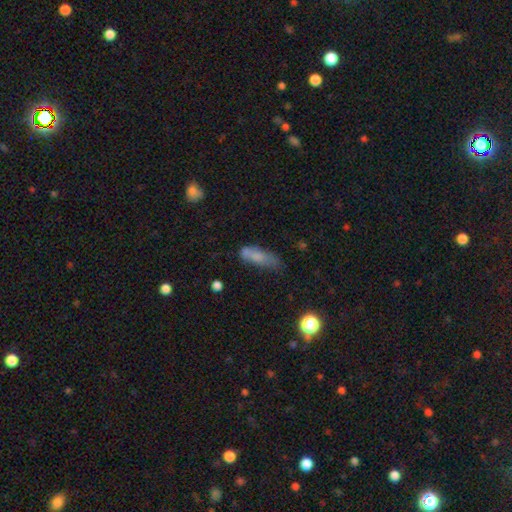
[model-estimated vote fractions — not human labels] Smooth or featured? Predicted: smooth (p=0.71). How rounded? Predicted: in between (p=0.54). Merging? Predicted: none (p=0.43).